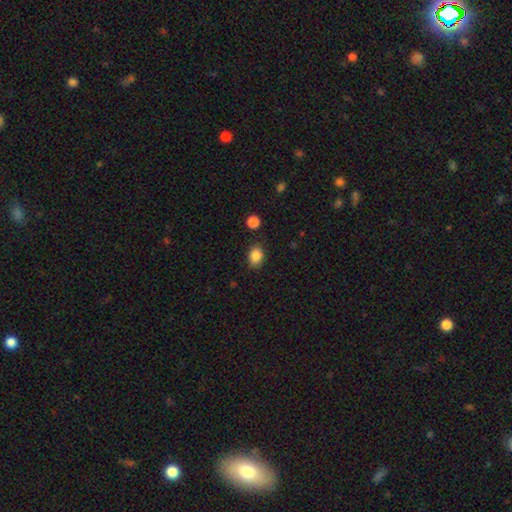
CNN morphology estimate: smooth_or_featured: smooth (p=0.87) [alt: star or artifact p=0.09]
how_rounded: in between (p=0.69) [alt: round p=0.30]
merging: none (p=0.82) [alt: minor disturbance p=0.12]